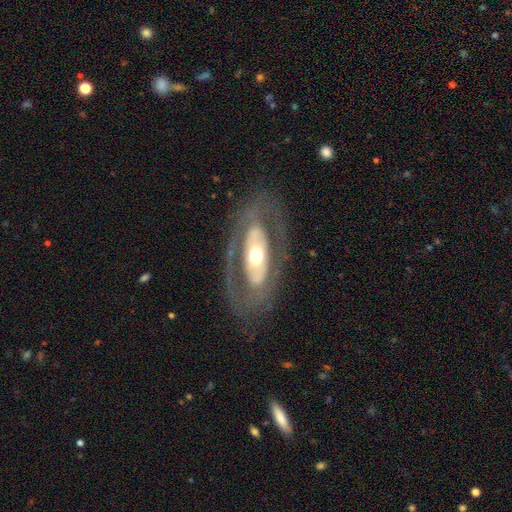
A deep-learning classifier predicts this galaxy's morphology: This appears to be a featured or disk galaxy (71%) with no bar (71%), no spiral arms (67%) and a moderate central bulge (60%). Merging: none (75%).